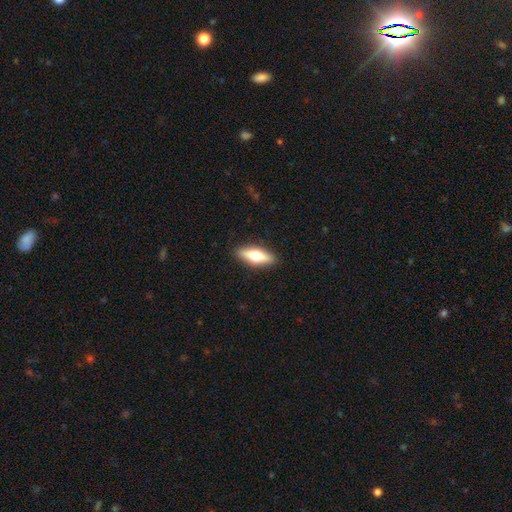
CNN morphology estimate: Overall: smooth (55%; featured or disk 39%). How rounded: in between (54%; cigar-shaped 43%). Merging: none (90%).